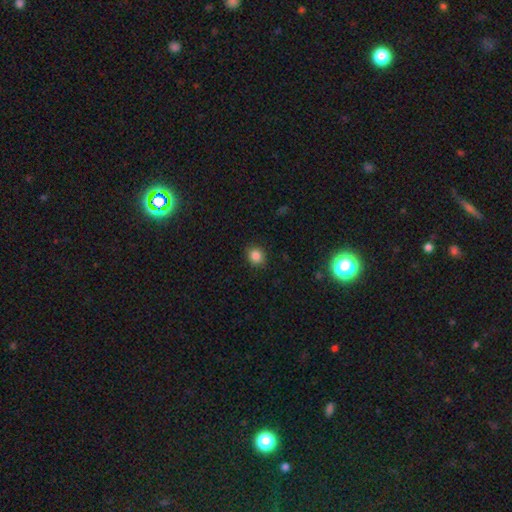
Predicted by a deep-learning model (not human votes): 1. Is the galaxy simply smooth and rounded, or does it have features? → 85% smooth, 11% star or artifact, 4% featured or disk.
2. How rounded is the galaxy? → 81% round, 18% in between, 1% cigar-shaped.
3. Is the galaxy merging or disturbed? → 90% none, 7% minor disturbance, 2% major disturbance, 1% merger.